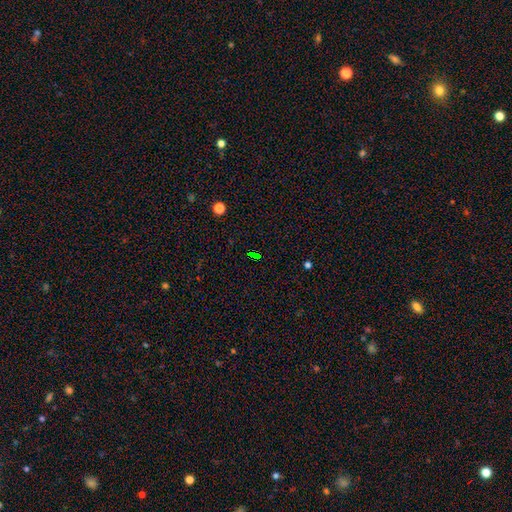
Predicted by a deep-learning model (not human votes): star or artifact 69%, smooth 21%, featured or disk 10%.